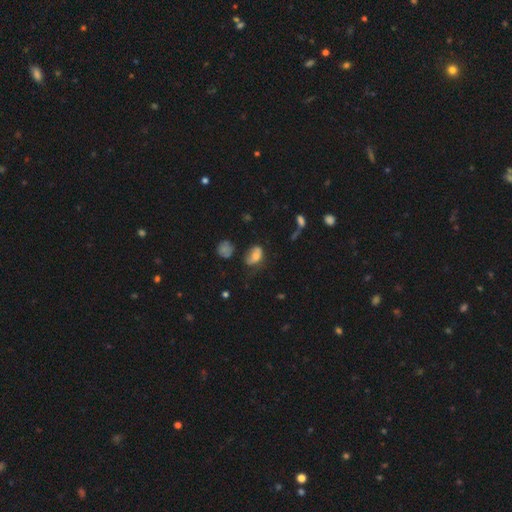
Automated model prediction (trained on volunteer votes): smooth_or_featured: smooth (p=0.67) [alt: featured or disk p=0.22]
how_rounded: in between (p=0.80) [alt: round p=0.18]
merging: minor disturbance (p=0.33) [alt: none p=0.31]